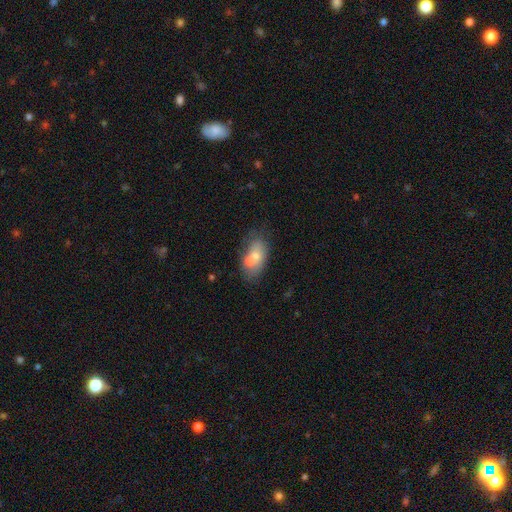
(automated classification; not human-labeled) Smooth or featured? Predicted: smooth (p=0.61). How rounded? Predicted: in between (p=0.84). Merging? Predicted: none (p=0.43).